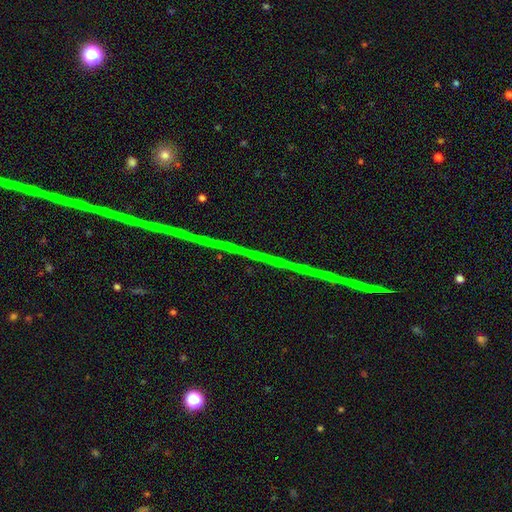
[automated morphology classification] star or artifact 81%, featured or disk 13%, smooth 6%.